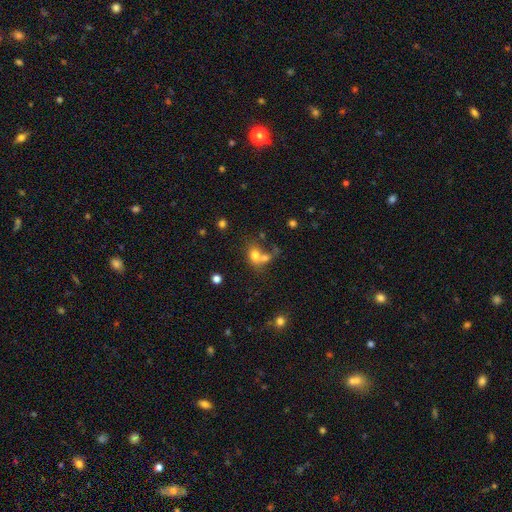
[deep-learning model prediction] Q: Smooth or featured?
A: smooth (71%); runner-up: featured or disk (15%)
Q: How rounded?
A: in between (57%); runner-up: round (41%)
Q: Merging?
A: merger (54%); runner-up: none (30%)